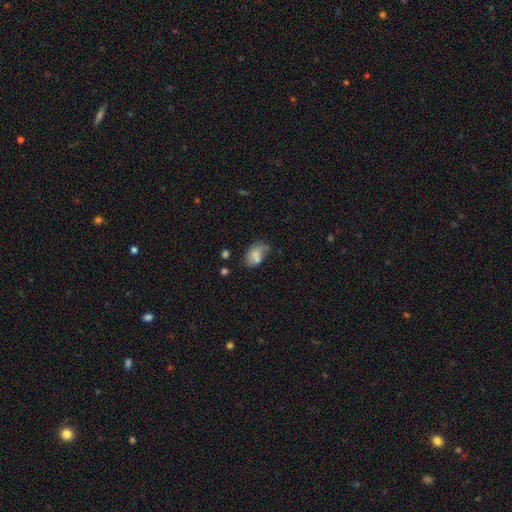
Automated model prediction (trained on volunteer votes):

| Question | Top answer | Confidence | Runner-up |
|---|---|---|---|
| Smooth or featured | smooth | 66% | featured or disk (24%) |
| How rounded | in between | 87% | round (11%) |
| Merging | none | 37% | minor disturbance (29%) |